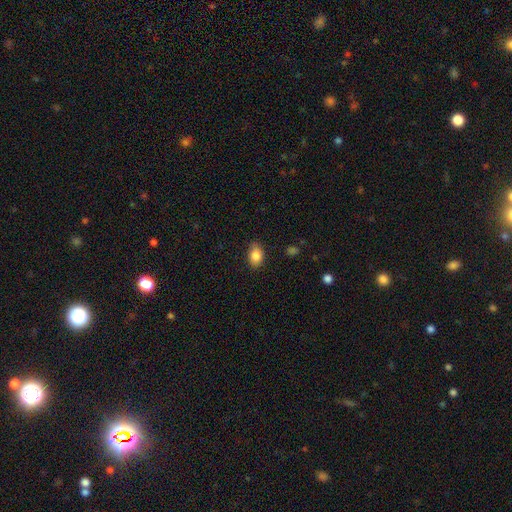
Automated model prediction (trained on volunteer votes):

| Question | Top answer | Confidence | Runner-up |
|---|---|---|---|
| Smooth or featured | smooth | 86% | star or artifact (8%) |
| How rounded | in between | 82% | round (17%) |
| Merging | none | 83% | minor disturbance (13%) |